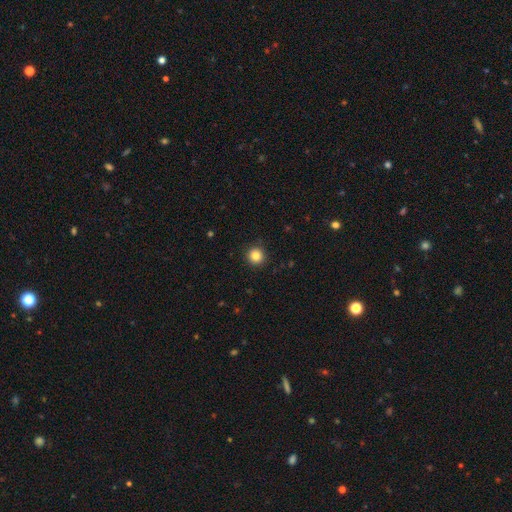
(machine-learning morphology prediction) A smooth galaxy with no disk features (85%) that is round (95%).

Vote fractions:
- Smooth or featured? smooth: 85% / star or artifact: 11% / featured or disk: 4%
- How rounded? round: 95% / in between: 4% / cigar-shaped: 1%
- Merging? none: 92% / minor disturbance: 5% / major disturbance: 2% / merger: 1%